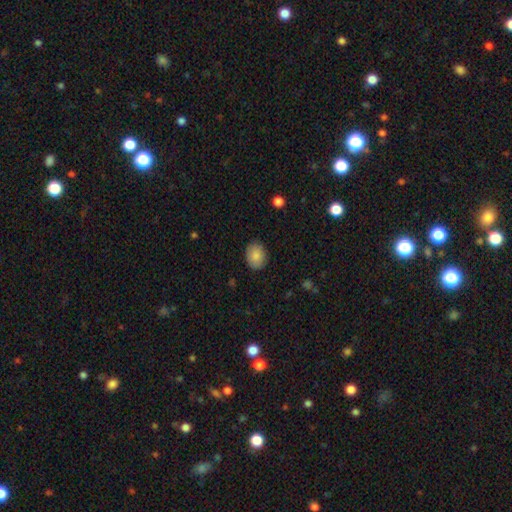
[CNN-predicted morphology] smooth-or-featured: smooth: 86% | star or artifact: 7% | featured or disk: 7%
  how-rounded: in between: 58% | round: 41% | cigar-shaped: 1%
  merging: none: 85% | minor disturbance: 12% | major disturbance: 3% | merger: 1%